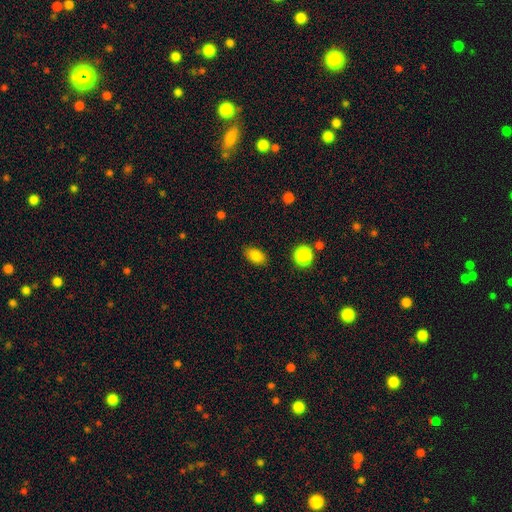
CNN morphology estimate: Smooth or featured? smooth (84%)
How rounded? in between (87%)
Merging? none (86%)